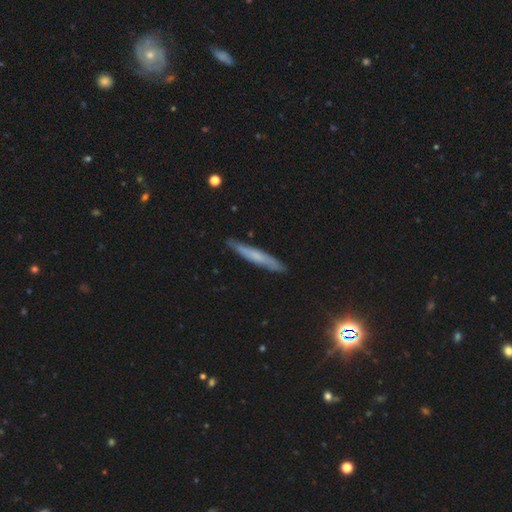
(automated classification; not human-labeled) smooth_or_featured: smooth (p=0.50) [alt: featured or disk p=0.42]
how_rounded: cigar-shaped (p=0.94) [alt: in between p=0.05]
merging: none (p=0.84) [alt: minor disturbance p=0.12]